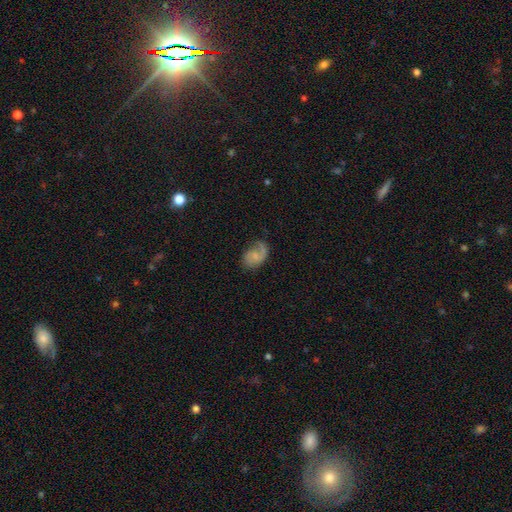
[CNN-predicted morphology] Smooth or featured? featured or disk (59%)
Edge-on disk? no (98%)
Bar? no (61%)
Spiral arms? yes (89%)
Spiral winding? medium (40%)
Spiral arm count? 1 (57%)
Bulge size? small (44%)
Merging? none (56%)